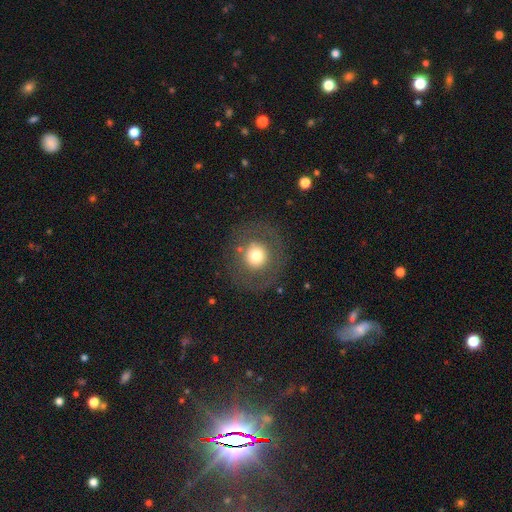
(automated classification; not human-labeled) Morphology: type=smooth (64%); roundness=round (89%); merging=none (82%).